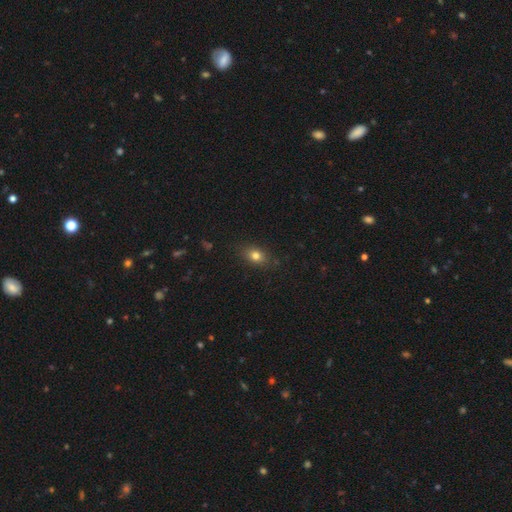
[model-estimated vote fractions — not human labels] This is likely a smooth galaxy (78%). How rounded: likely in between (68%). Merging: clearly none (84%).